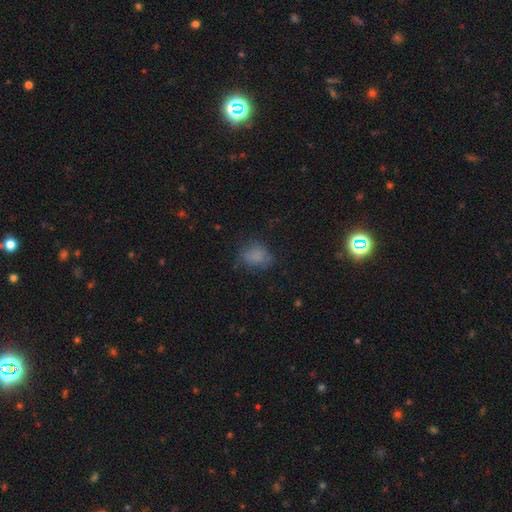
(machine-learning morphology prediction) A smooth galaxy with no disk features (75%) that is in between round and cigar-shaped (59%). Merging: none (59%).